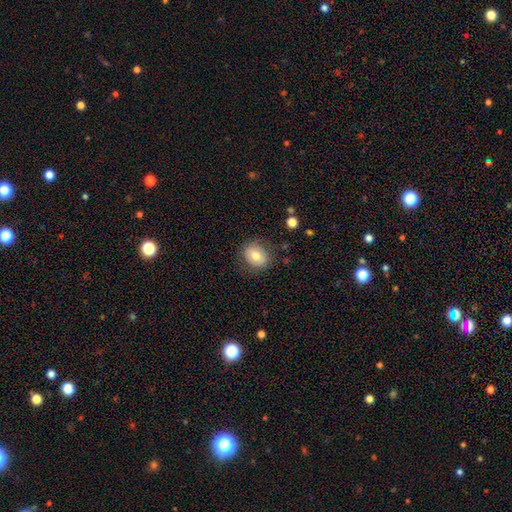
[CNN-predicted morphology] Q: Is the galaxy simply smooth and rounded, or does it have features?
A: smooth — 73%.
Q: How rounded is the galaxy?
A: round — 60%.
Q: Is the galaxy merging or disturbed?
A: none — 80%.